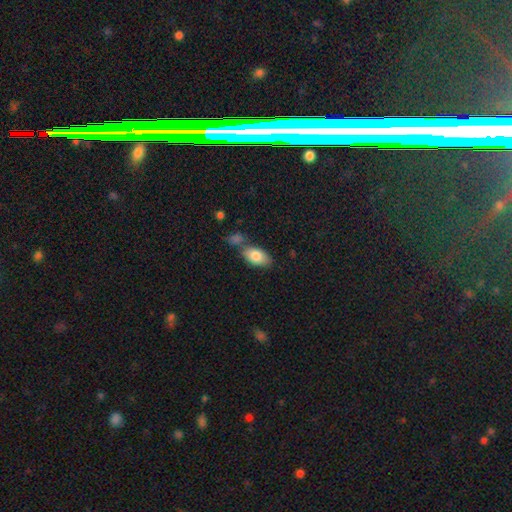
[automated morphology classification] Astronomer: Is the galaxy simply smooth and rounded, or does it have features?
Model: smooth — 82%.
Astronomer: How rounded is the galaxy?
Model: in between — 92%.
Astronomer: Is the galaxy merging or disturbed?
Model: none — 59%.